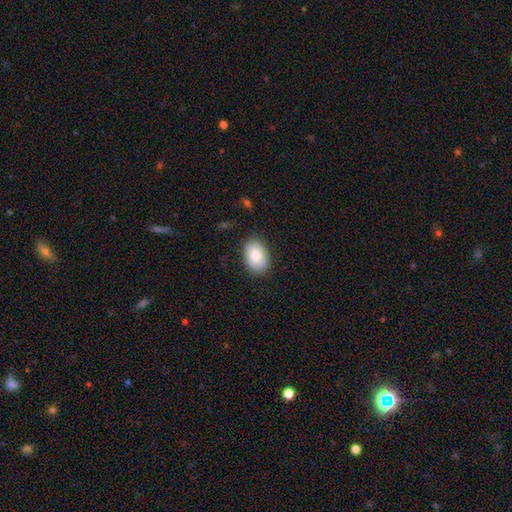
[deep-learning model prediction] Q: Smooth or featured?
A: smooth (82%); runner-up: featured or disk (12%)
Q: How rounded?
A: in between (84%); runner-up: round (15%)
Q: Merging?
A: none (84%); runner-up: minor disturbance (12%)